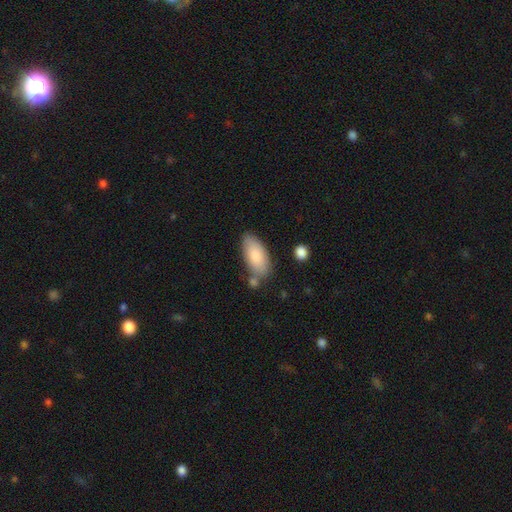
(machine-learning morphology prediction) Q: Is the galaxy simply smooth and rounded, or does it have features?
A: smooth — 83%.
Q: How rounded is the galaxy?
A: in between — 90%.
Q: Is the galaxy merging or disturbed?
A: none — 67%.